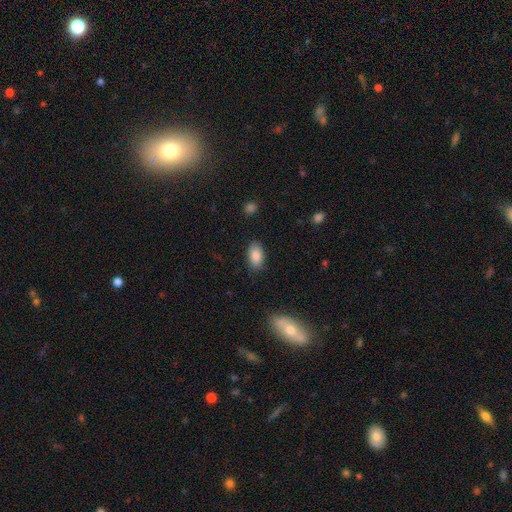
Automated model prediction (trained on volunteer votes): A smooth galaxy with no disk features (87%) that is in between round and cigar-shaped (93%).

Vote fractions:
- Smooth or featured? smooth: 87% / star or artifact: 7% / featured or disk: 6%
- How rounded? in between: 93% / round: 5% / cigar-shaped: 3%
- Merging? none: 85% / minor disturbance: 11% / major disturbance: 3% / merger: 1%